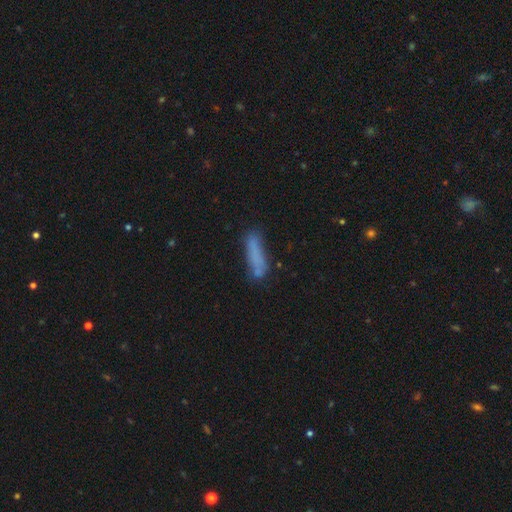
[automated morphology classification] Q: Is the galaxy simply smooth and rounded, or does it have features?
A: smooth — 72%.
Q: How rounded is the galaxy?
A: cigar-shaped — 78%.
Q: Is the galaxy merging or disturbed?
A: none — 69%.